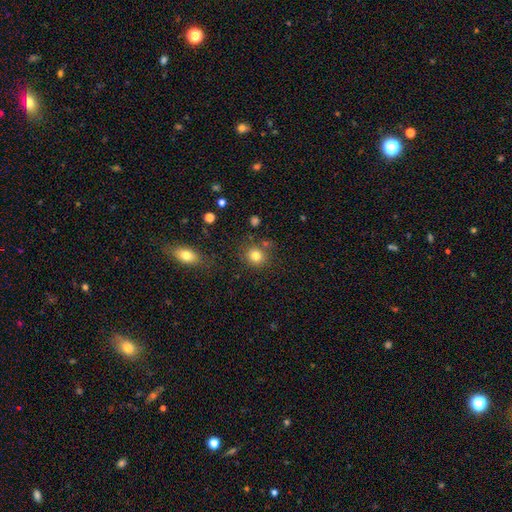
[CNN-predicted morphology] smooth 82%, star or artifact 12%, featured or disk 6%. Down the decision tree: how rounded — round (86%); merging — none (78%).